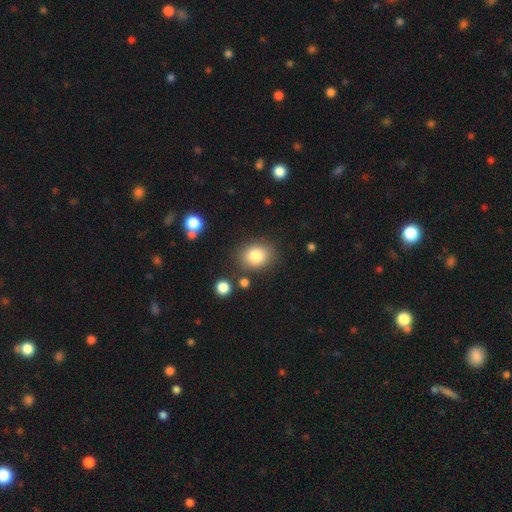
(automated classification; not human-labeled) Morphology: type=smooth (82%); roundness=round (54%); merging=none (80%).